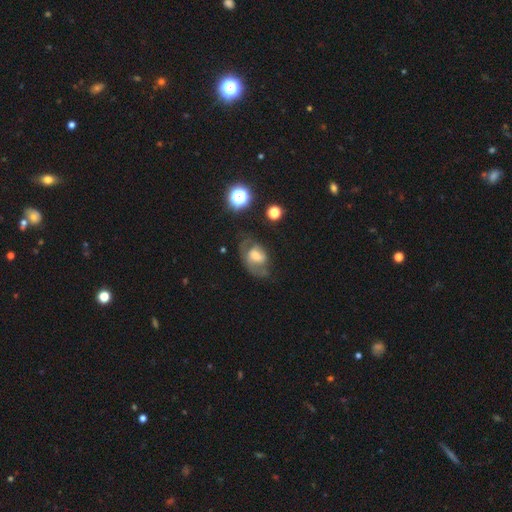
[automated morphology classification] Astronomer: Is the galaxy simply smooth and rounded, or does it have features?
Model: featured or disk — 57% (runner-up: smooth, 32%).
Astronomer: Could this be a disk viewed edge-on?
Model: no — 96%.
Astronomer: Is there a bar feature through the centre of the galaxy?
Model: no — 52% (runner-up: weak, 39%).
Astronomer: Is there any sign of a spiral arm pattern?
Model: yes — 75%.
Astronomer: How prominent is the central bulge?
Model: moderate — 50% (runner-up: small, 26%).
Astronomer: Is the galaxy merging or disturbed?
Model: none — 42% (runner-up: major disturbance, 29%).